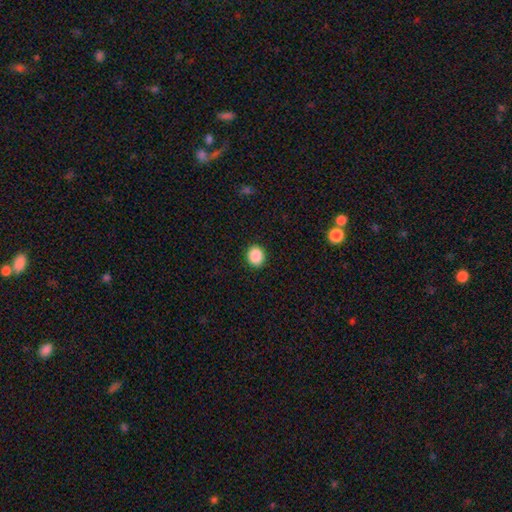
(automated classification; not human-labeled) The model was most divided on "how rounded": round: 75%, in between: 24%, cigar-shaped: 1%. More confident: merging — none (92%); smooth or featured — smooth (88%).